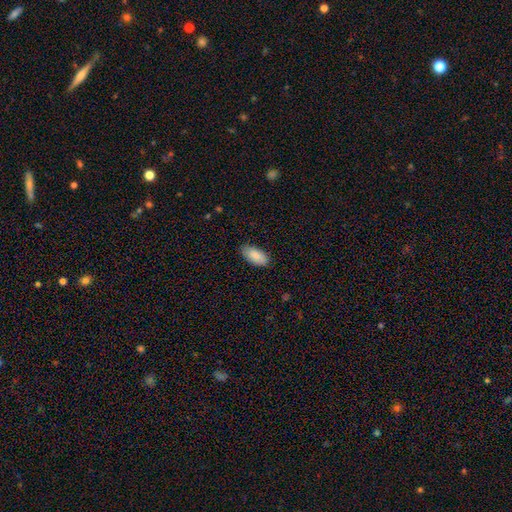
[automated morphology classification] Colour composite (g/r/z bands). It shows a smooth galaxy with no disk features (88%) that is in between round and cigar-shaped (93%). Merging: none (85%).